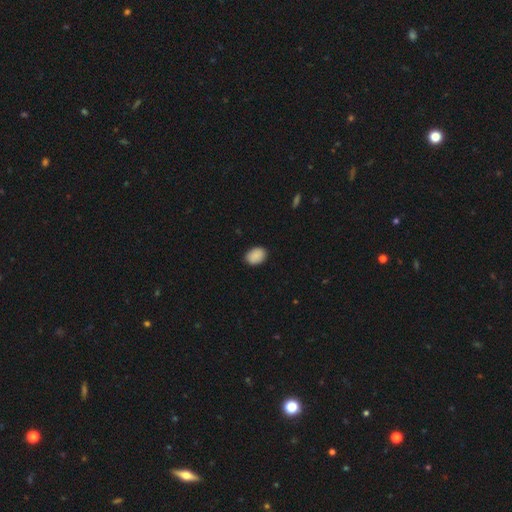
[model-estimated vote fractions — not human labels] This appears to be a smooth galaxy with no disk features (89%) that is in between round and cigar-shaped (75%). Merging: none (87%).